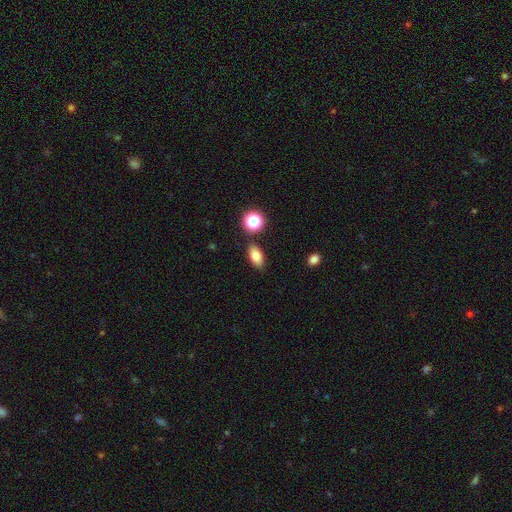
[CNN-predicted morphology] Smooth or featured?
  - smooth: 78% *
  - featured or disk: 11%
  - star or artifact: 11%
How rounded?
  - in between: 86% *
  - round: 9%
  - cigar-shaped: 5%
Merging?
  - none: 85% *
  - minor disturbance: 9%
  - merger: 4%
  - major disturbance: 2%